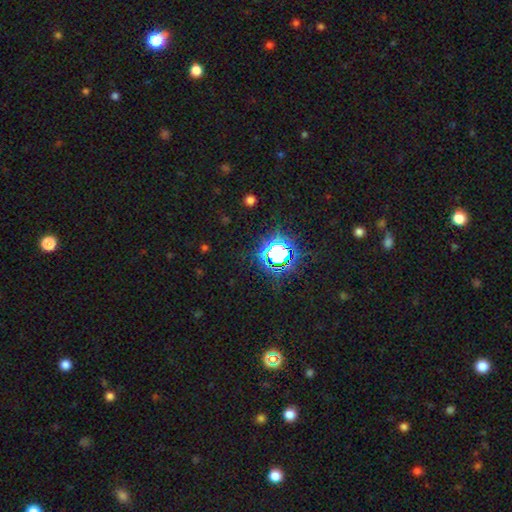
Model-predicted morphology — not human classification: Q: Smooth or featured?
A: star or artifact (74%); runner-up: smooth (18%)